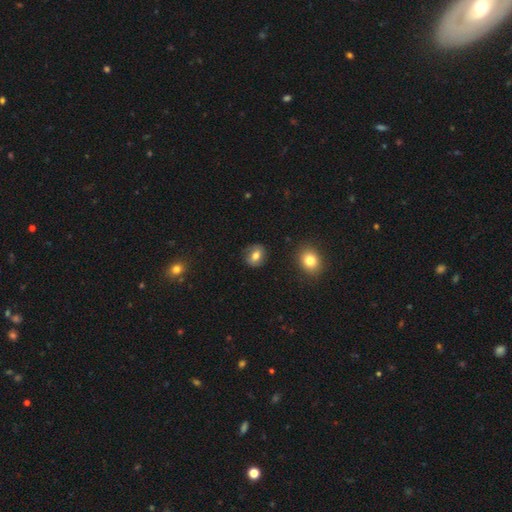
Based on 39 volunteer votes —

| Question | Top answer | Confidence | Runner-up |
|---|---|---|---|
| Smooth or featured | smooth | 64% | featured or disk (26%) |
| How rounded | round | 72% | in between (28%) |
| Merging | none | 77% | minor disturbance (20%) |